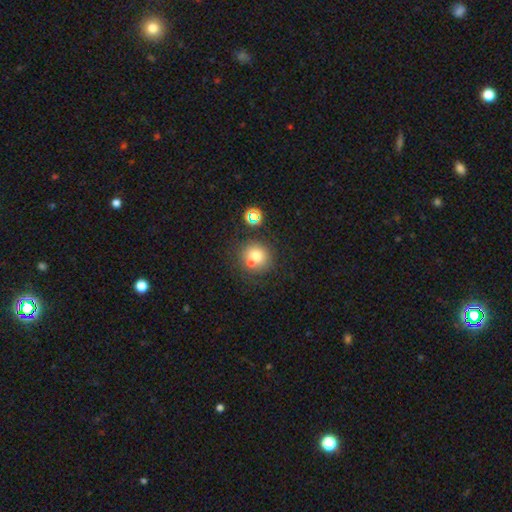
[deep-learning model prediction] smooth 70%, featured or disk 16%, star or artifact 14%. Down the decision tree: how rounded — round (88%); merging — none (58%).